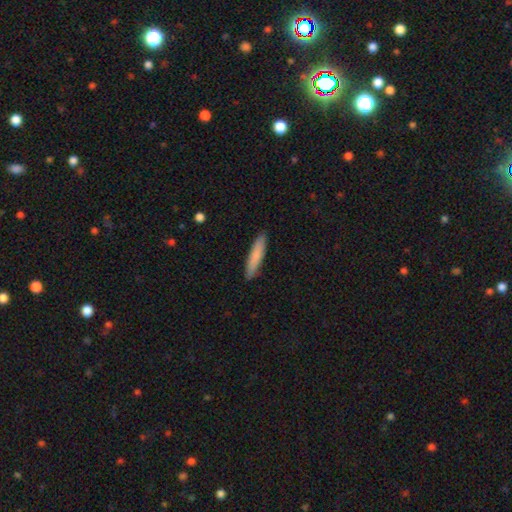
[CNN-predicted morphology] Overall: smooth (82%). How rounded: cigar-shaped (89%). Merging: none (90%).